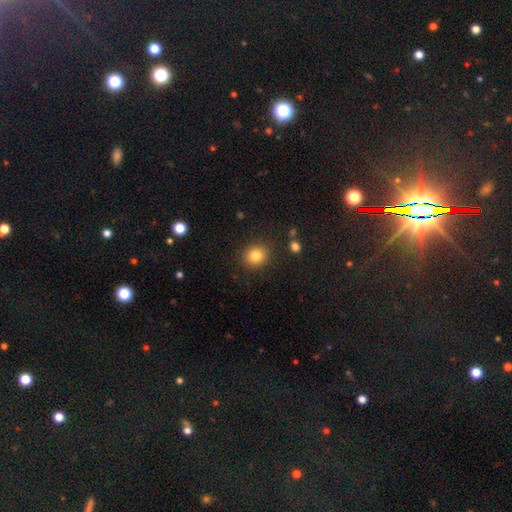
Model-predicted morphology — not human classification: Q: Smooth or featured?
A: smooth (82%); runner-up: star or artifact (11%)
Q: How rounded?
A: round (77%); runner-up: in between (22%)
Q: Merging?
A: none (88%); runner-up: minor disturbance (8%)